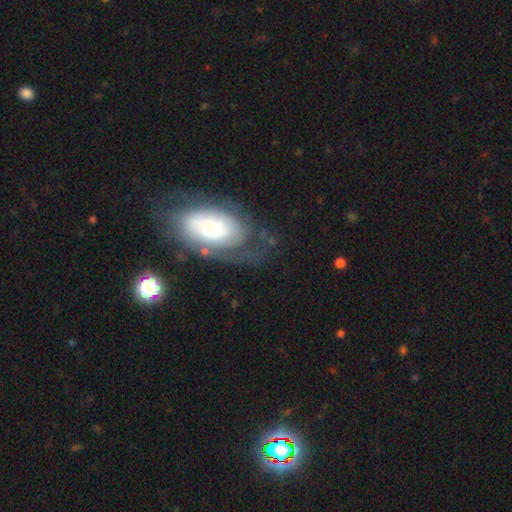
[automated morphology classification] Overall: featured or disk (65%). Edge-on disk: no (92%). Bar: no (69%). Spiral arms: yes (78%). Bulge size: moderate (38%; small 36%). Merging: none (67%).